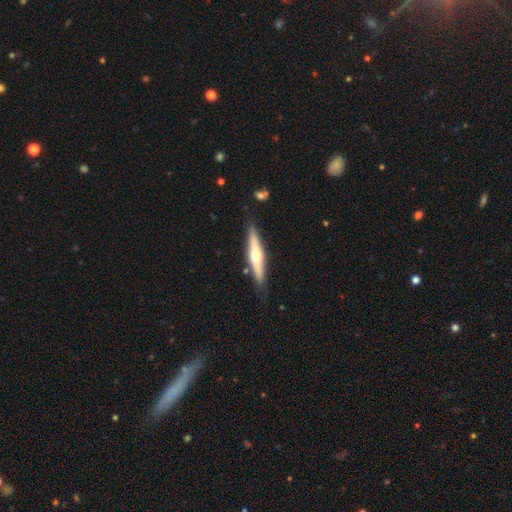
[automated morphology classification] A featured or disk galaxy (54%) viewed edge-on (94%) with a rounded central bulge (88%). Merging: none (84%).